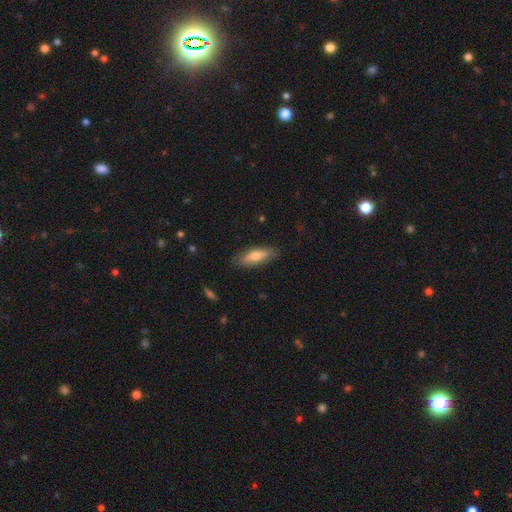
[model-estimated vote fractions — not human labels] A smooth galaxy with no disk features (68%) that is in between round and cigar-shaped (53%). Merging: none (84%).